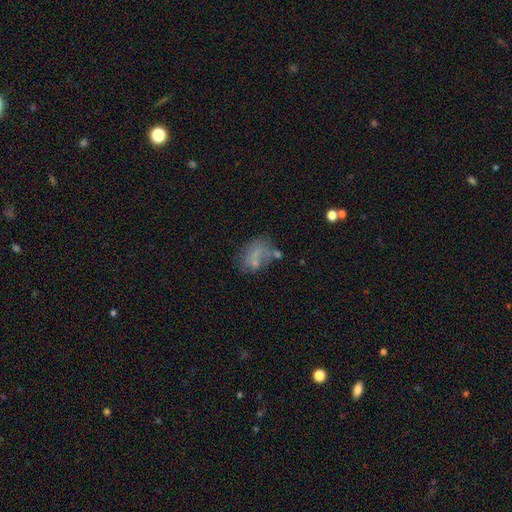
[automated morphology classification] type=smooth (54%); roundness=in between (79%); merging=none (40%).